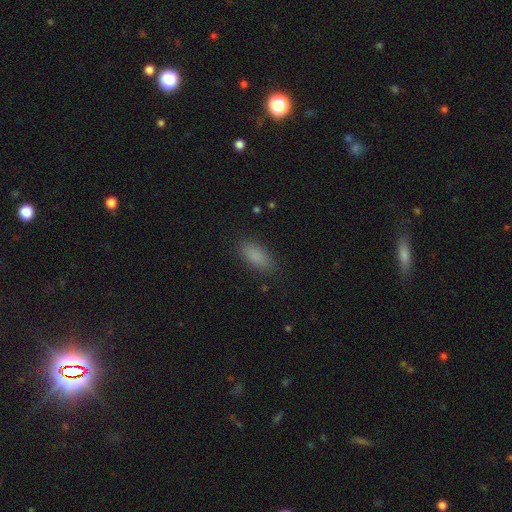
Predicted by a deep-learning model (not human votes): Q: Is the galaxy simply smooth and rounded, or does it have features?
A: smooth — 86%.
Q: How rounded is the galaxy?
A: in between — 83%.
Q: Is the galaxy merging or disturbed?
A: none — 84%.